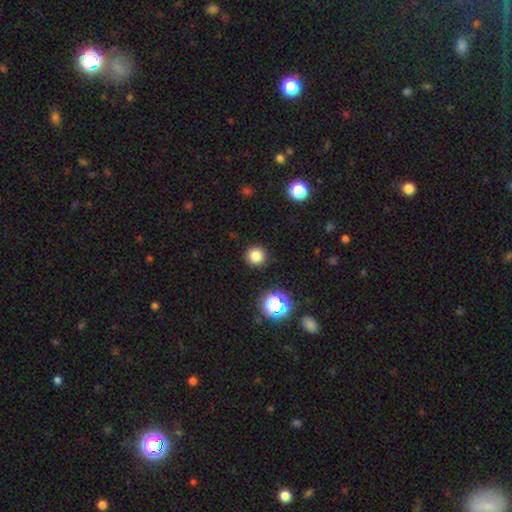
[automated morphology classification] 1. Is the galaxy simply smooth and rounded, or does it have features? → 80% smooth, 16% star or artifact, 5% featured or disk.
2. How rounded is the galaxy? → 95% round, 4% in between, 1% cigar-shaped.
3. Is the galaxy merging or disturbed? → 91% none, 5% minor disturbance, 2% major disturbance, 1% merger.